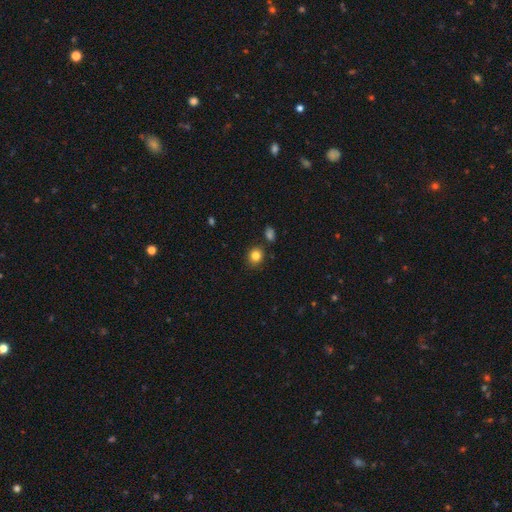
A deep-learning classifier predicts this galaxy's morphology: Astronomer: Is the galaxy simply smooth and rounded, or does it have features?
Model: smooth — 83%.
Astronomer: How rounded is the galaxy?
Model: round — 77%.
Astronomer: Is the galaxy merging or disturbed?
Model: none — 84%.